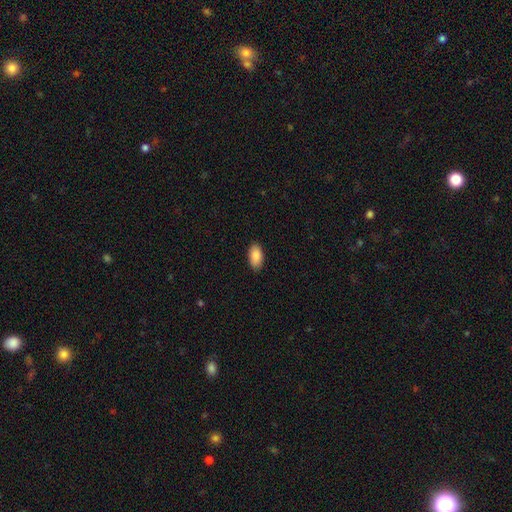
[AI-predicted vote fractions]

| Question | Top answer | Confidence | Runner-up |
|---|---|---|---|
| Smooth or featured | smooth | 89% | star or artifact (6%) |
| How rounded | in between | 94% | round (3%) |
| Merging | none | 89% | minor disturbance (8%) |